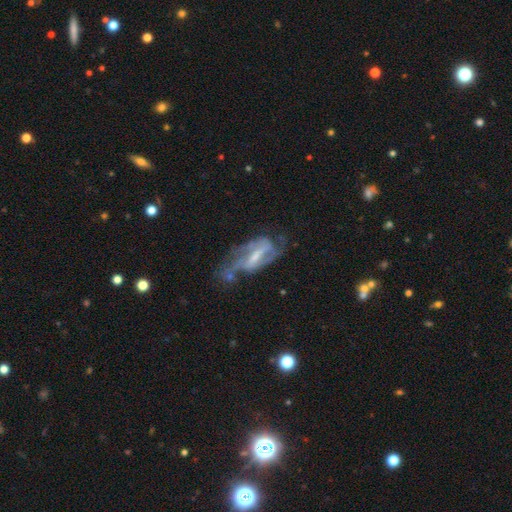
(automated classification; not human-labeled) Q: Smooth or featured?
A: featured or disk (79%); runner-up: smooth (14%)
Q: Edge-on disk?
A: no (90%); runner-up: yes (10%)
Q: Bar?
A: strong (52%); runner-up: weak (35%)
Q: Spiral arms?
A: yes (85%); runner-up: no (15%)
Q: Spiral winding?
A: medium (45%); runner-up: loose (30%)
Q: Spiral arm count?
A: 2 (71%); runner-up: can't tell (15%)
Q: Bulge size?
A: small (44%); runner-up: moderate (34%)
Q: Merging?
A: none (40%); runner-up: major disturbance (27%)